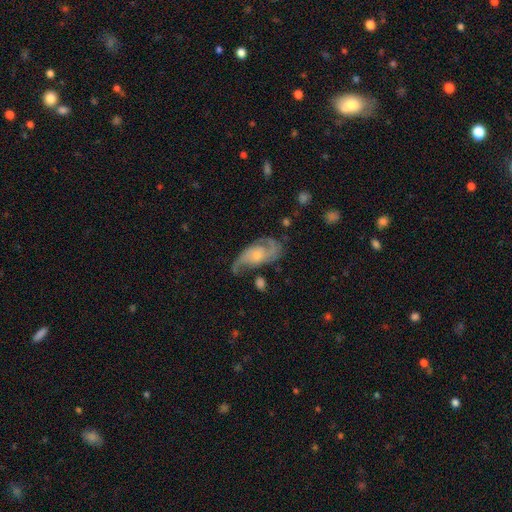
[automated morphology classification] Smooth or featured? featured or disk (82%)
Edge-on disk? no (95%)
Bar? no (69%)
Spiral arms? yes (95%)
Spiral winding? medium (44%)
Spiral arm count? 2 (82%)
Bulge size? small (53%)
Merging? none (61%)